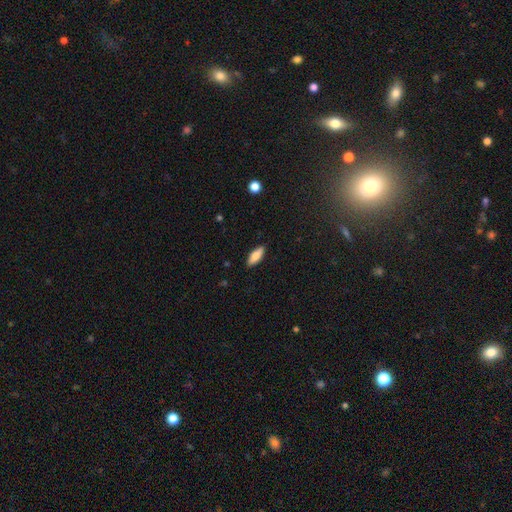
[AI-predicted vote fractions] This is likely a smooth galaxy (74%). How rounded: likely in between (65%). Merging: clearly none (89%).